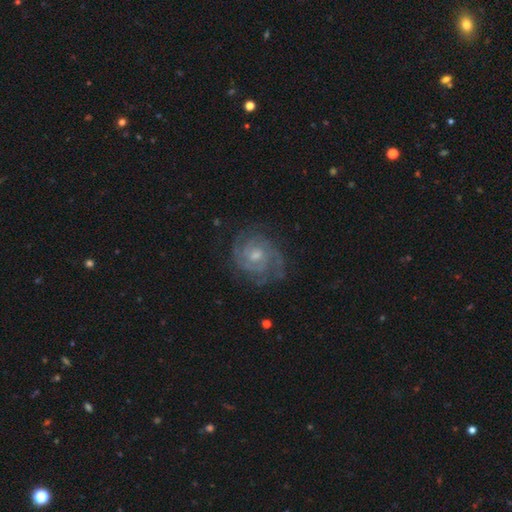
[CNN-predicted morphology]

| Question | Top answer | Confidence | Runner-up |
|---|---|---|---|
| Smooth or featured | featured or disk | 86% | smooth (8%) |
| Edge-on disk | no | 98% | yes (2%) |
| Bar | no | 55% | weak (39%) |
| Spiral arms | yes | 97% | no (3%) |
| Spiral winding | tight | 68% | medium (28%) |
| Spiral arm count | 2 | 32% | 3 (25%) |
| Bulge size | moderate | 48% | small (45%) |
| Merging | none | 75% | minor disturbance (17%) |